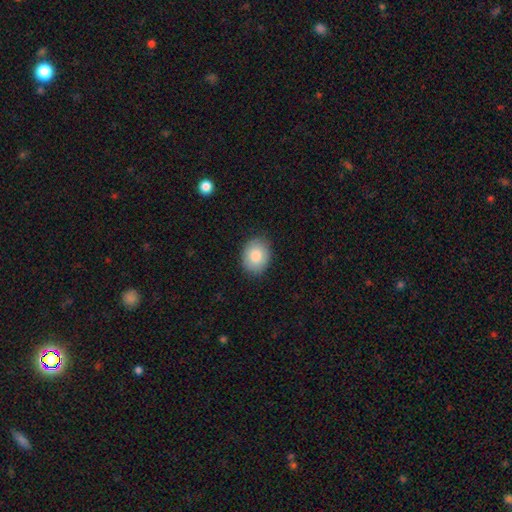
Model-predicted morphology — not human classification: This is clearly a smooth galaxy (84%). How rounded: likely in between (61%). Merging: clearly none (87%).